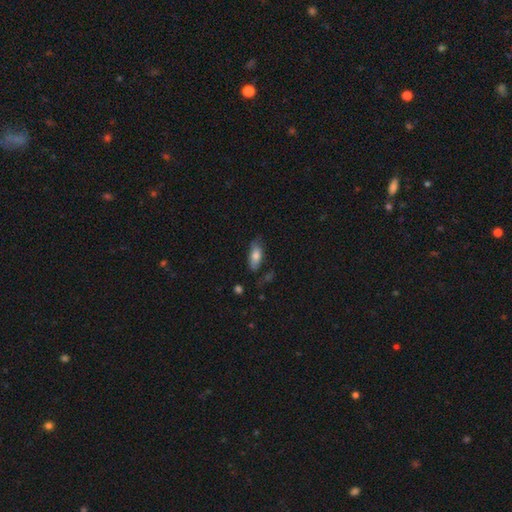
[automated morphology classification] This appears to be a smooth galaxy with no disk features (75%) that is in between round and cigar-shaped (78%). Merging: none (69%).